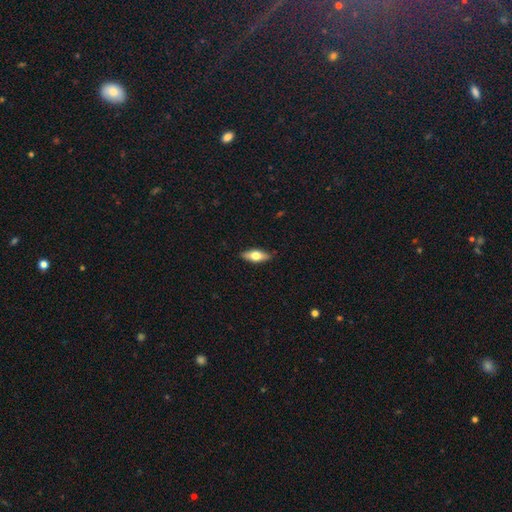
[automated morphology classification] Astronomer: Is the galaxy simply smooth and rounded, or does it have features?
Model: smooth — 59% (runner-up: featured or disk, 35%).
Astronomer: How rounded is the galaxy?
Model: in between — 71%.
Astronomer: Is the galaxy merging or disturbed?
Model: none — 88%.